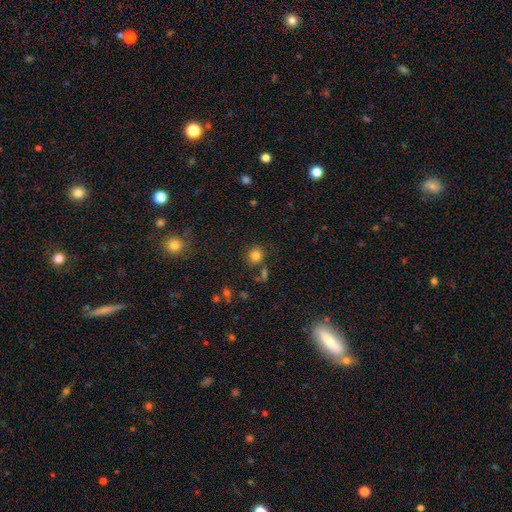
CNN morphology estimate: Smooth or featured? Predicted: smooth (p=0.81). How rounded? Predicted: round (p=0.89). Merging? Predicted: none (p=0.79).